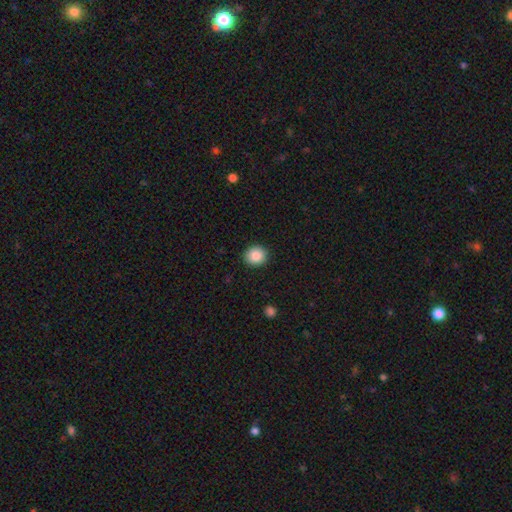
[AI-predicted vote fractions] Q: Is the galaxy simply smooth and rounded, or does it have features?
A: smooth — 88%.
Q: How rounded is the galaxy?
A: round — 86%.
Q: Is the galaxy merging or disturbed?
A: none — 91%.